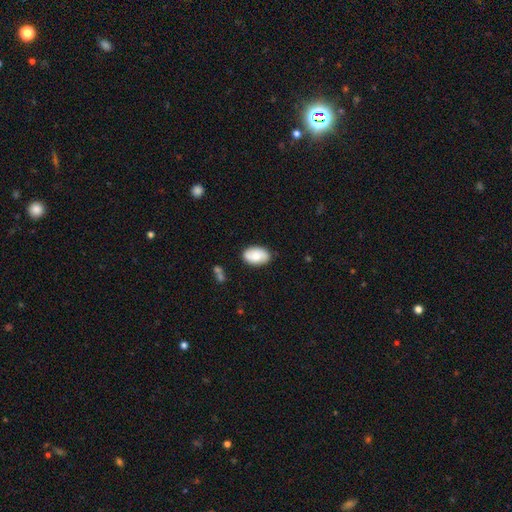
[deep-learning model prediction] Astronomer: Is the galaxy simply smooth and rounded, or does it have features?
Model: smooth — 71%.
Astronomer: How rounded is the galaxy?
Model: in between — 91%.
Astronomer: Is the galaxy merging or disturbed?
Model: none — 80%.